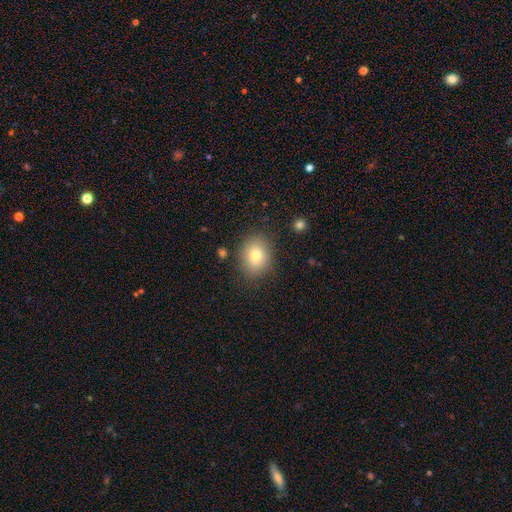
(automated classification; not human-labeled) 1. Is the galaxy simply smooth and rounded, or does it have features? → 78% smooth, 12% featured or disk, 10% star or artifact.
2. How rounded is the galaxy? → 56% in between, 43% round, 1% cigar-shaped.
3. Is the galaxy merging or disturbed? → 83% none, 11% minor disturbance, 4% major disturbance, 2% merger.